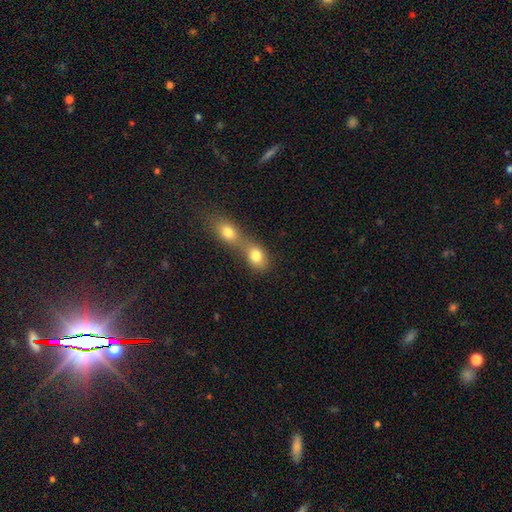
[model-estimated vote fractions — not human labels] Smooth or featured? smooth (80%)
How rounded? in between (55%)
Merging? merger (69%)